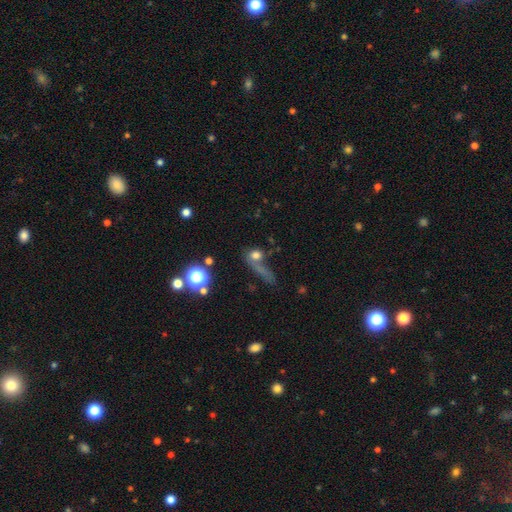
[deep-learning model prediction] Q: Smooth or featured?
A: smooth (69%); runner-up: star or artifact (17%)
Q: How rounded?
A: round (66%); runner-up: in between (27%)
Q: Merging?
A: none (37%); runner-up: merger (25%)